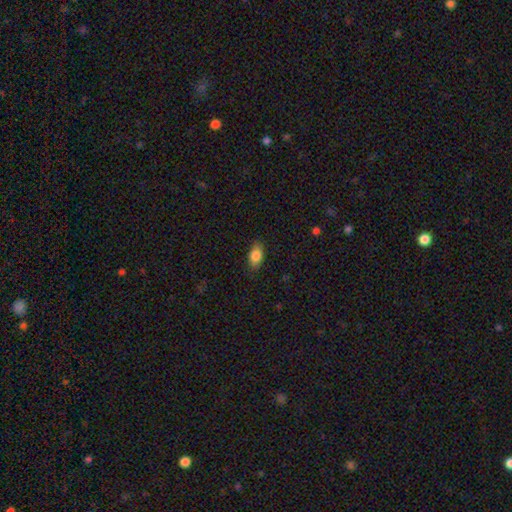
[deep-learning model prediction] Morphology: type=smooth (84%); roundness=in between (89%); merging=none (86%).